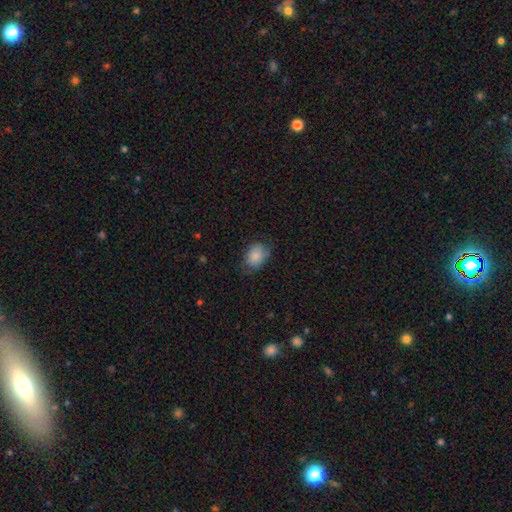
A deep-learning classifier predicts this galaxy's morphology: smooth 82%, featured or disk 10%, star or artifact 7%. Down the decision tree: how rounded — in between (71%); merging — none (65%).